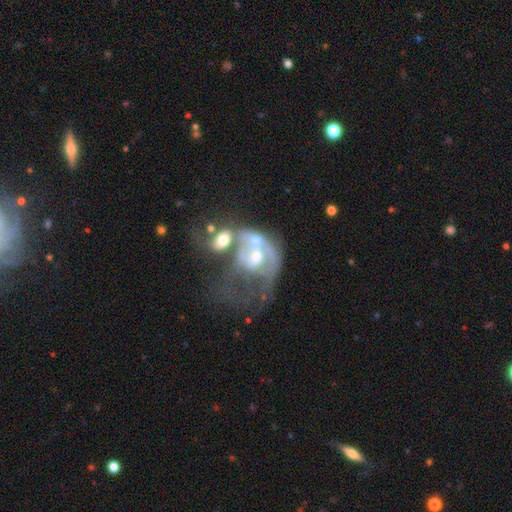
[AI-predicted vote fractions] featured or disk 67%, smooth 23%, star or artifact 11%. Down the decision tree: edge-on disk — no (96%); bar — no (74%); spiral arms — no (56%); bulge size — moderate (58%); merging — merger (64%).